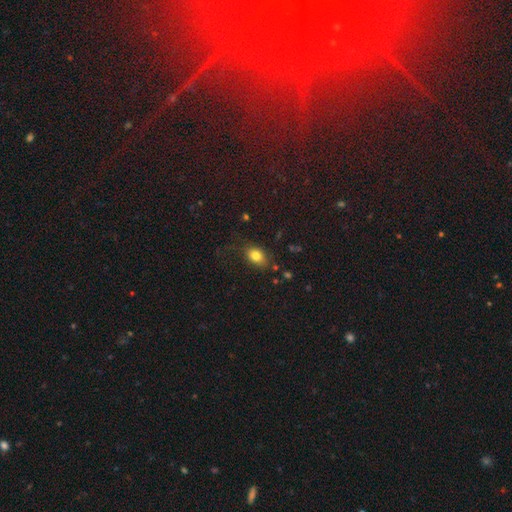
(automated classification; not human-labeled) Smooth or featured?
  - smooth: 80% *
  - star or artifact: 11%
  - featured or disk: 9%
How rounded?
  - in between: 73% *
  - round: 26%
  - cigar-shaped: 2%
Merging?
  - none: 75% *
  - minor disturbance: 18%
  - major disturbance: 6%
  - merger: 2%